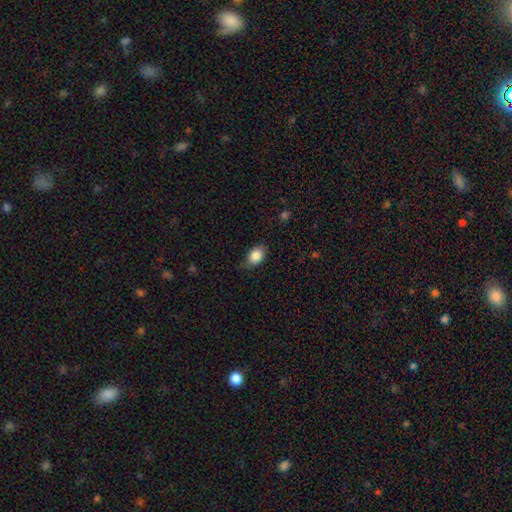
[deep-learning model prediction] Smooth or featured? Predicted: smooth (p=0.86). How rounded? Predicted: in between (p=0.76). Merging? Predicted: none (p=0.71).